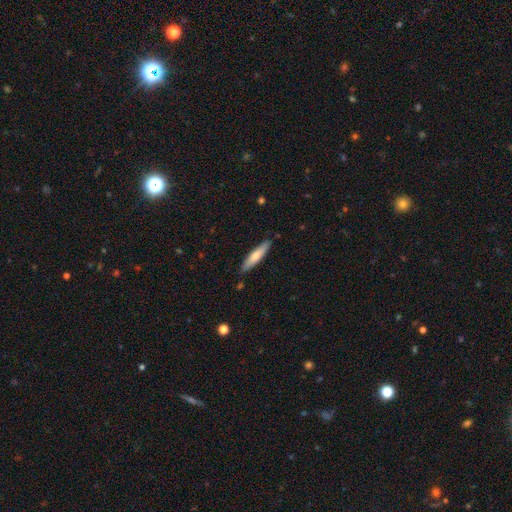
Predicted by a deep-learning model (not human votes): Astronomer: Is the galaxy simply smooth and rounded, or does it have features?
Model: smooth — 69%.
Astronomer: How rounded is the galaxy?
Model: cigar-shaped — 84%.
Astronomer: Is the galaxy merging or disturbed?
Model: none — 87%.